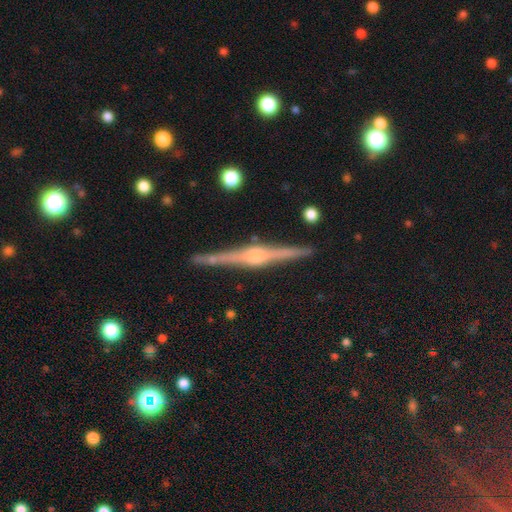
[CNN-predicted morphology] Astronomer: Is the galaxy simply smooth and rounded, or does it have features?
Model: featured or disk — 87%.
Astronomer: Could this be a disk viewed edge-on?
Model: yes — 98%.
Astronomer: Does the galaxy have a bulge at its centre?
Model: rounded — 78%.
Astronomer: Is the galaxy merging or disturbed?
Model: none — 91%.